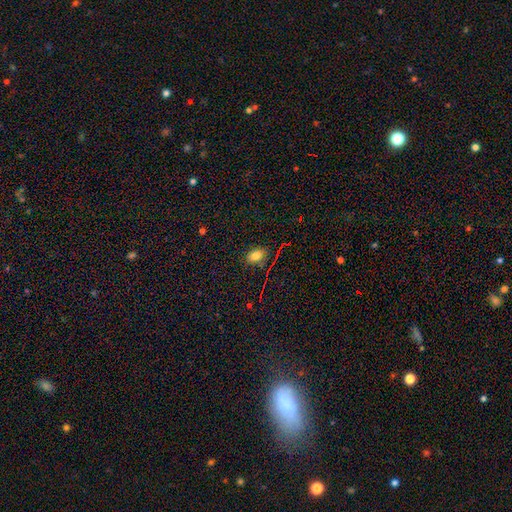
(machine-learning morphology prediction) Overall: smooth (76%). How rounded: in between (82%). Merging: none (81%).